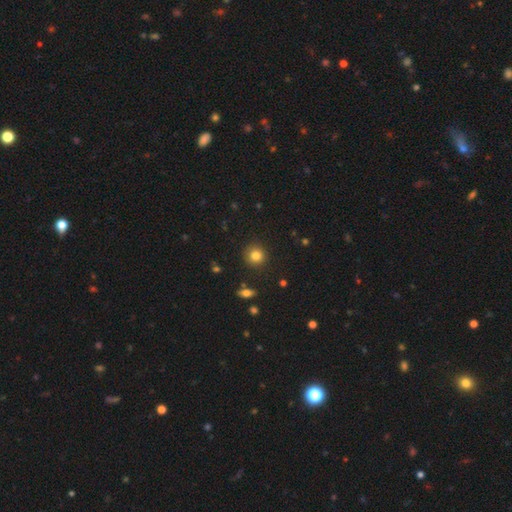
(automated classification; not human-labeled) Q: Smooth or featured?
A: smooth (82%); runner-up: star or artifact (11%)
Q: How rounded?
A: round (92%); runner-up: in between (7%)
Q: Merging?
A: none (89%); runner-up: minor disturbance (7%)